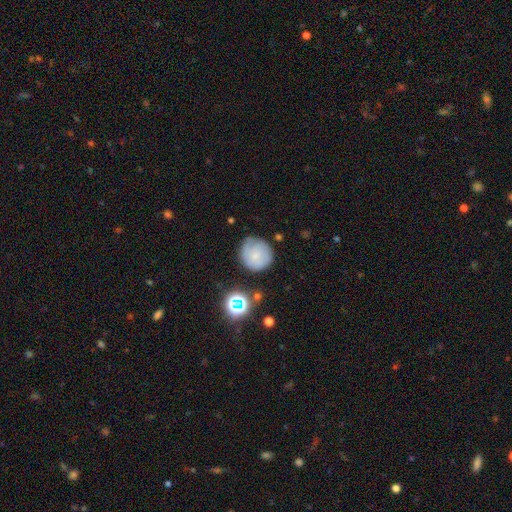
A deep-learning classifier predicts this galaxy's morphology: type=smooth (63%); roundness=round (90%); merging=none (66%).